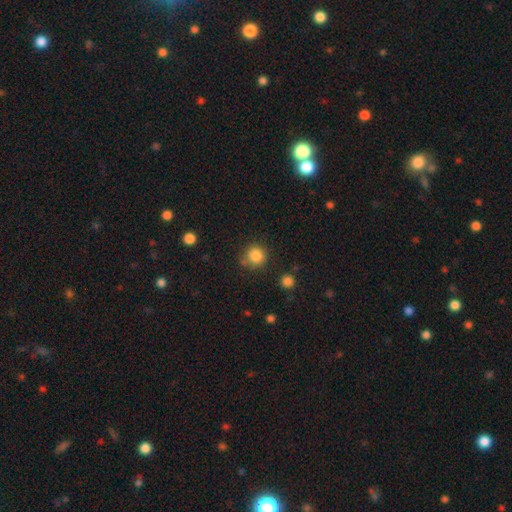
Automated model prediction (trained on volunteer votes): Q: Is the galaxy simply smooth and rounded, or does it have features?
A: smooth — 84%.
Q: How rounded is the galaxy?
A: round — 92%.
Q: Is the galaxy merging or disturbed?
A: none — 76%.